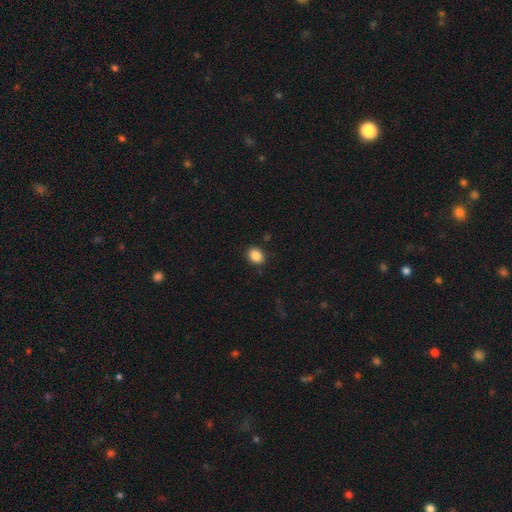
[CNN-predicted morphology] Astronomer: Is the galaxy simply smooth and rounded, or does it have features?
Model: smooth — 87%.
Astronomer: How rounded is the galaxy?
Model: in between — 58% (runner-up: round, 42%).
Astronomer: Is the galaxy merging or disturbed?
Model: none — 88%.